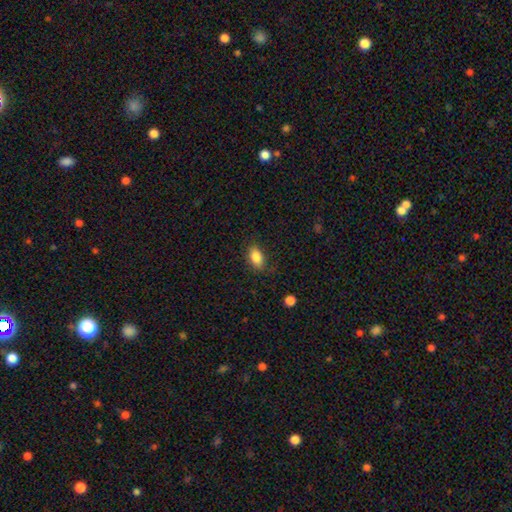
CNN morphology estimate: The model was most divided on "merging": none: 81%, minor disturbance: 14%, major disturbance: 4%, merger: 1%. More confident: how rounded — in between (88%); smooth or featured — smooth (84%).